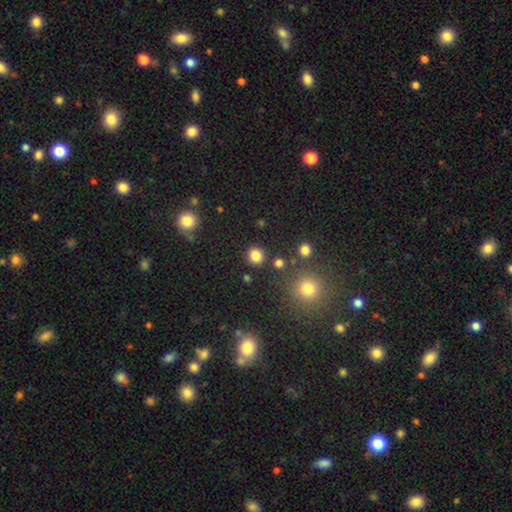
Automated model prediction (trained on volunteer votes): Smooth or featured? smooth (83%)
How rounded? round (92%)
Merging? none (89%)